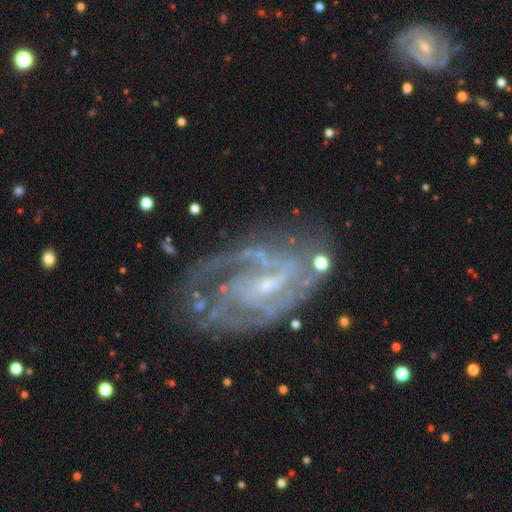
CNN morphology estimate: Smooth or featured? Predicted: featured or disk (p=0.87). Edge-on disk? Predicted: no (p=0.96). Bar? Predicted: weak (p=0.43). Spiral arms? Predicted: yes (p=0.94). Spiral winding? Predicted: tight (p=0.45). Spiral arm count? Predicted: 2 (p=0.33). Bulge size? Predicted: small (p=0.72). Merging? Predicted: none (p=0.61).